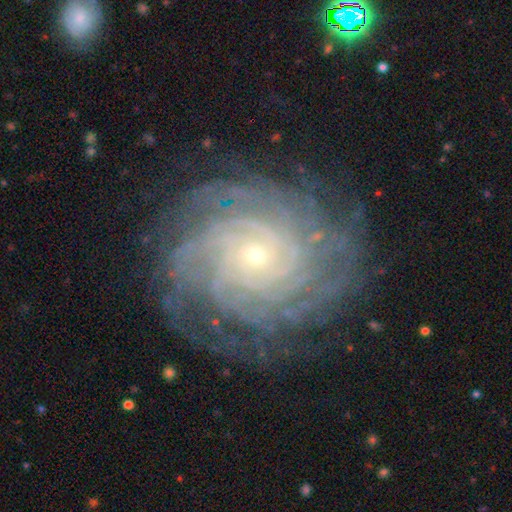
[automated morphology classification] The model was most divided on "spiral arm count": more than 4: 32%, can't tell: 21%, 4: 21%, 3: 10%, 2: 8%, 1: 7%. More confident: spiral arms — yes (98%); edge-on disk — no (97%); smooth or featured — featured or disk (88%); bulge size — small (84%); spiral winding — tight (84%); merging — none (80%); bar — no (78%).